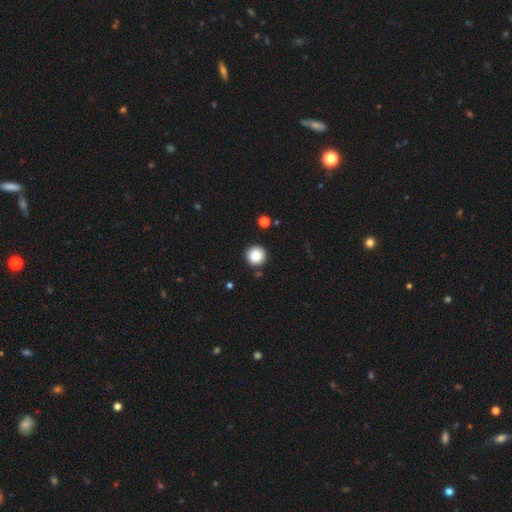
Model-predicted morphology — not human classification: smooth_or_featured: smooth (p=0.86) [alt: star or artifact p=0.10]
how_rounded: round (p=0.96) [alt: in between p=0.03]
merging: none (p=0.89) [alt: minor disturbance p=0.06]